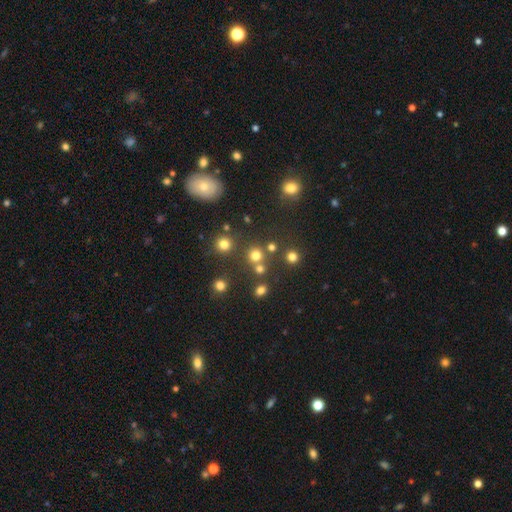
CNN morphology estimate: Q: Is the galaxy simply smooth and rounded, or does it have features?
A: smooth — 72%.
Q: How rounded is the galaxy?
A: round — 89%.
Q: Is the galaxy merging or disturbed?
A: none — 72%.